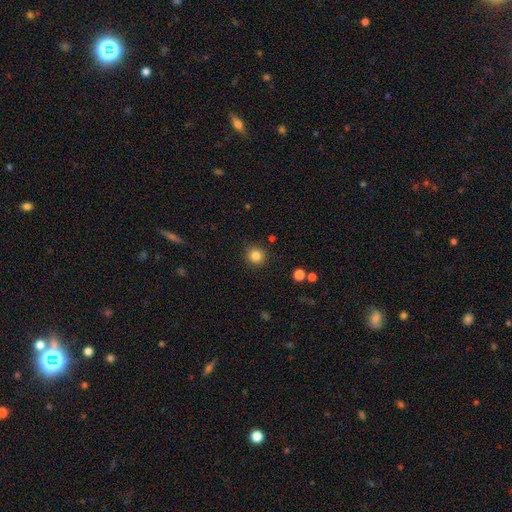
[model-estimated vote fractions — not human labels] Q: Smooth or featured?
A: smooth (84%); runner-up: star or artifact (12%)
Q: How rounded?
A: round (92%); runner-up: in between (7%)
Q: Merging?
A: none (90%); runner-up: minor disturbance (6%)